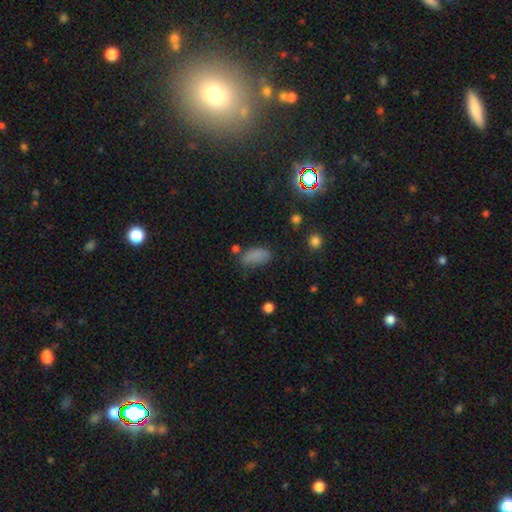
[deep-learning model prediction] Smooth or featured? smooth (79%)
How rounded? in between (88%)
Merging? none (65%)